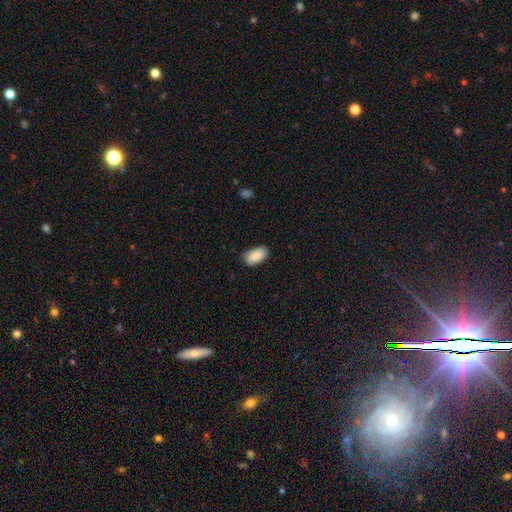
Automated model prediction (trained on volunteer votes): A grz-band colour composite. It shows a smooth galaxy with no disk features (89%) that is in between round and cigar-shaped (95%). Merging: none (81%).